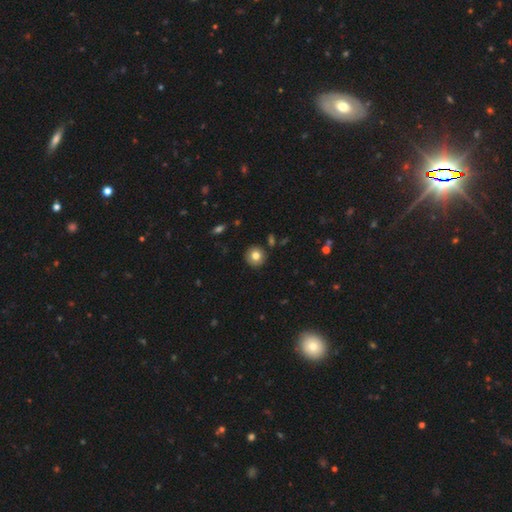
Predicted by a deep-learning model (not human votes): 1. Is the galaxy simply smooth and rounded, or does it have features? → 79% smooth, 11% featured or disk, 10% star or artifact.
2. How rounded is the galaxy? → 93% round, 6% in between, 1% cigar-shaped.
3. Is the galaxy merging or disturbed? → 89% none, 7% minor disturbance, 2% merger, 2% major disturbance.